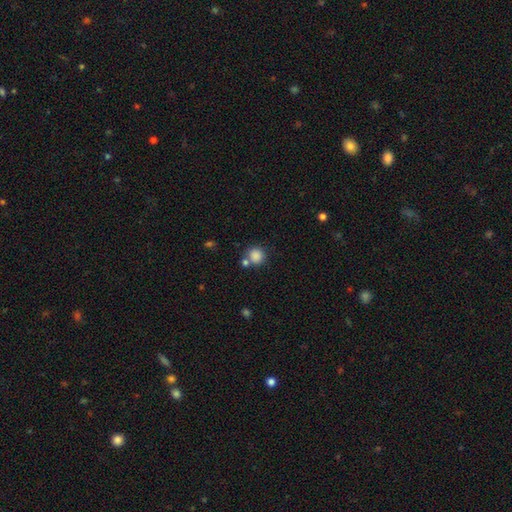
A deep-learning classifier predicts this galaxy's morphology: smooth_or_featured: smooth (p=0.85) [alt: star or artifact p=0.10]
how_rounded: round (p=0.89) [alt: in between p=0.10]
merging: none (p=0.68) [alt: merger p=0.18]